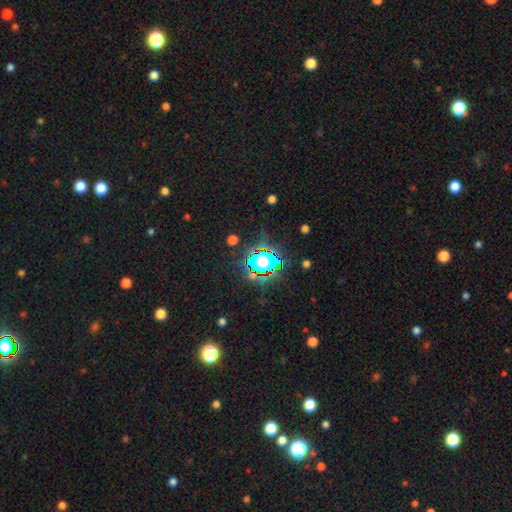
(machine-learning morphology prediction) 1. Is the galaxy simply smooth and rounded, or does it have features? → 75% star or artifact, 16% smooth, 9% featured or disk.